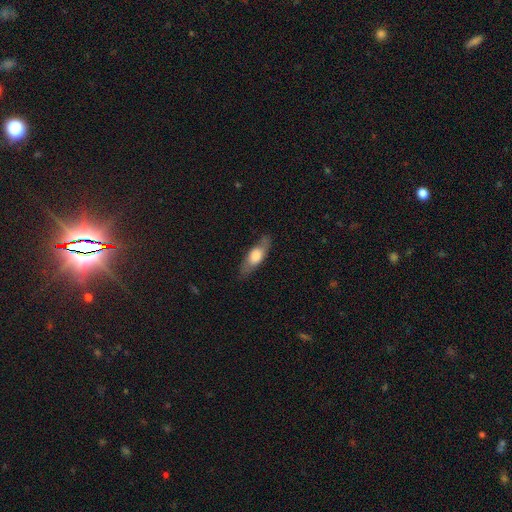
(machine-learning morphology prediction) A smooth galaxy with no disk features (56%) that is in between round and cigar-shaped (58%). Merging: none (77%).